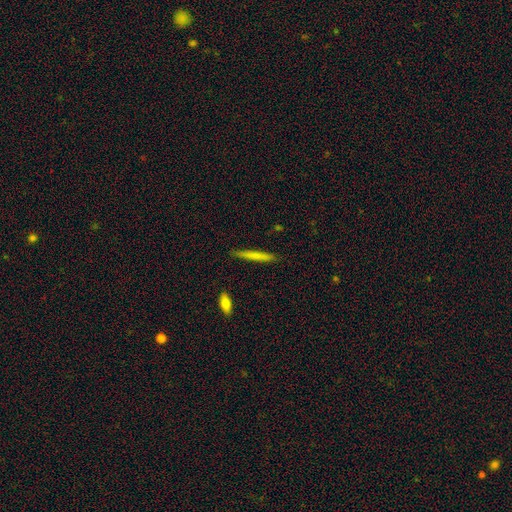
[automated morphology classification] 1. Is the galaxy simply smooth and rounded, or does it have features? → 71% smooth, 23% featured or disk, 6% star or artifact.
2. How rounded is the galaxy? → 95% cigar-shaped, 3% in between, 1% round.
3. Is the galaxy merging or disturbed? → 88% none, 9% minor disturbance, 2% major disturbance, 2% merger.